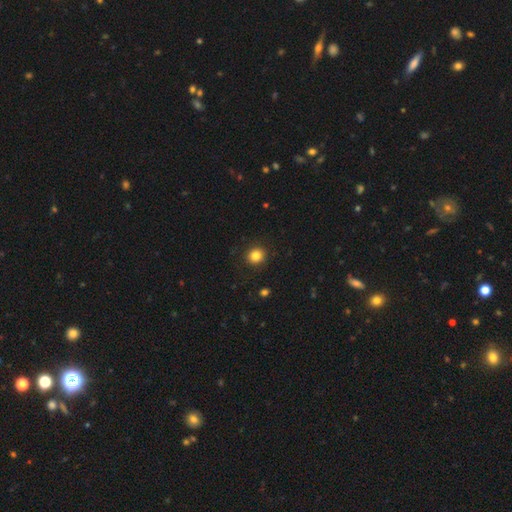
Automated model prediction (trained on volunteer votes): Smooth or featured? smooth (84%)
How rounded? round (87%)
Merging? none (90%)